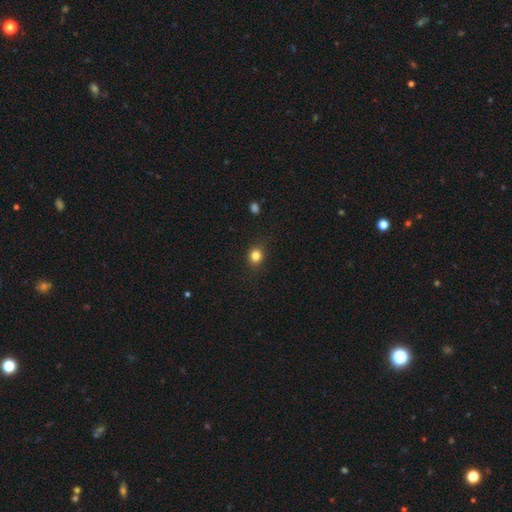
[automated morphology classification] Smooth or featured: smooth — 82% (star or artifact — 12%)
How rounded: round — 81% (in between — 18%)
Merging: none — 88% (minor disturbance — 8%)